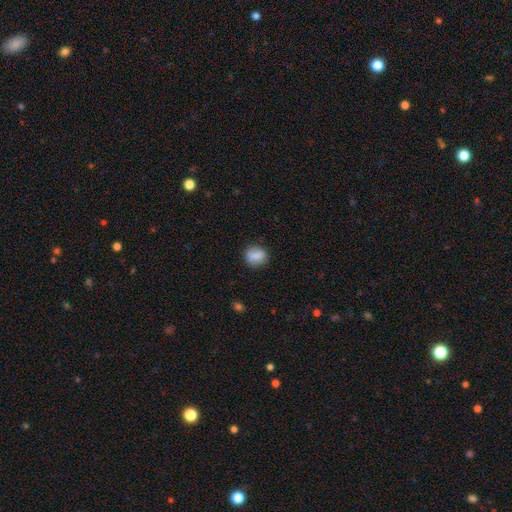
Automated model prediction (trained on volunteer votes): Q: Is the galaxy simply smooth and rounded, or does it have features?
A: smooth — 83%.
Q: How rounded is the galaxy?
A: round — 63%.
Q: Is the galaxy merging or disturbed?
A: none — 83%.